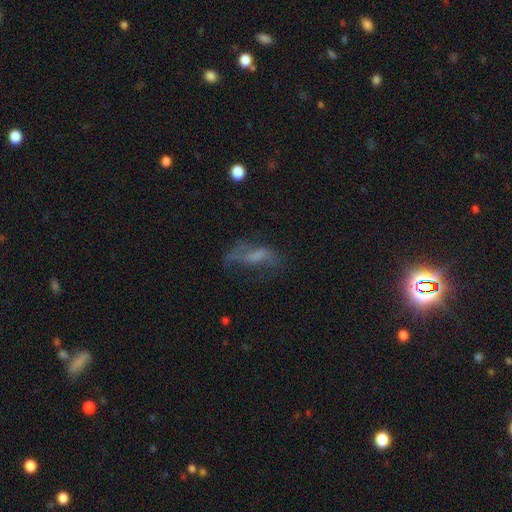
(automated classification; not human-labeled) Smooth or featured?
  - featured or disk: 47% *
  - smooth: 36%
  - star or artifact: 17%
Merging?
  - none: 40% *
  - major disturbance: 33%
  - minor disturbance: 23%
  - merger: 4%